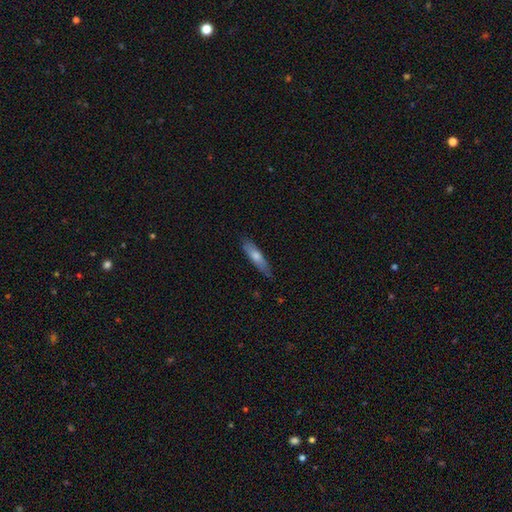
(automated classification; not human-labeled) Smooth or featured? smooth (59%)
How rounded? cigar-shaped (79%)
Merging? none (80%)